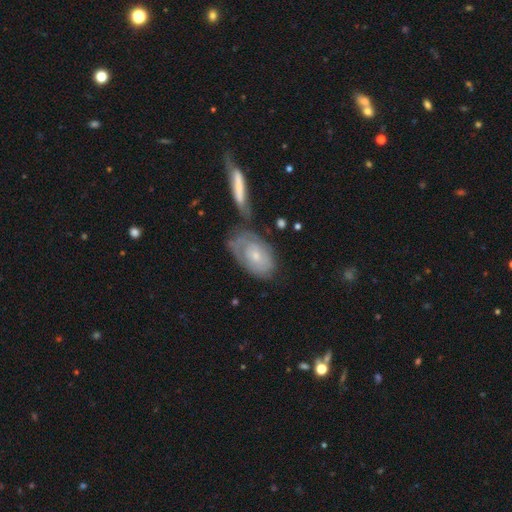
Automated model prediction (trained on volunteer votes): The model was most divided on "merging": none: 49%, minor disturbance: 24%, merger: 14%, major disturbance: 13%. More confident: edge-on disk — no (92%); bar — no (78%); spiral arms — yes (74%); smooth or featured — featured or disk (61%); bulge size — small (61%).